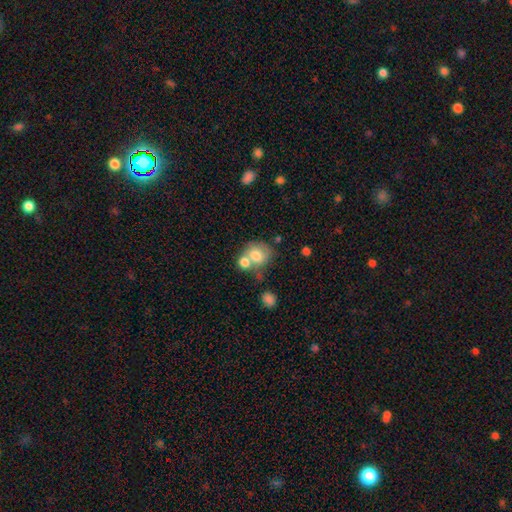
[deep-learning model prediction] Smooth or featured? smooth (72%)
How rounded? round (68%)
Merging? merger (51%)